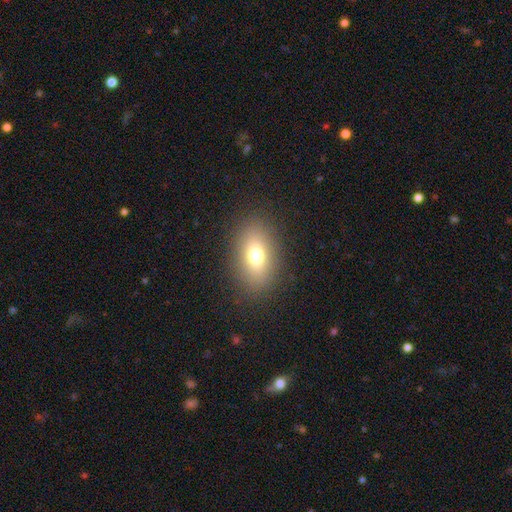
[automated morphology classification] Smooth or featured? smooth (72%)
How rounded? in between (80%)
Merging? none (87%)